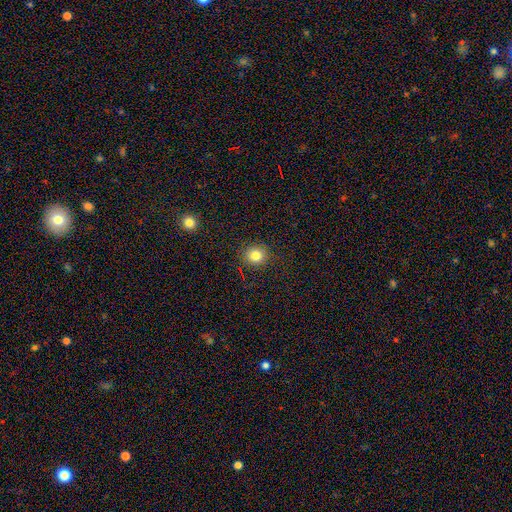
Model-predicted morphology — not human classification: Overall: smooth (82%). How rounded: round (89%). Merging: none (89%).